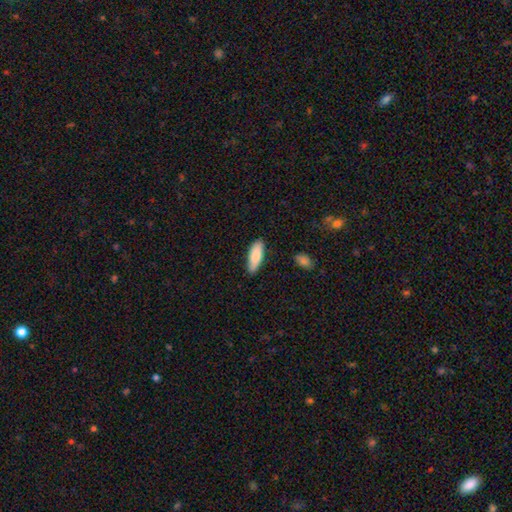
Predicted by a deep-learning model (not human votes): Smooth or featured? Predicted: smooth (p=0.84). How rounded? Predicted: in between (p=0.69). Merging? Predicted: none (p=0.82).